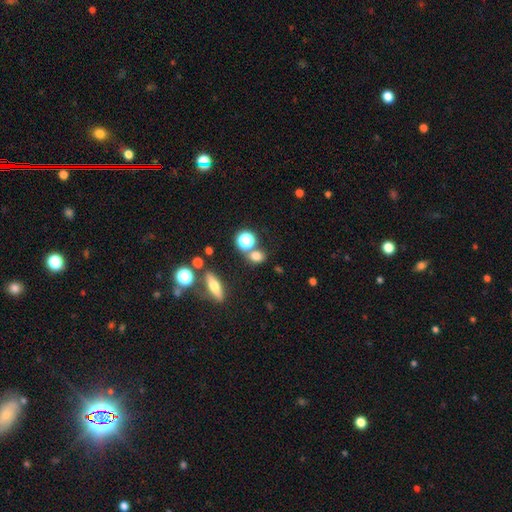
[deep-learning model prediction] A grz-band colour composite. It shows a smooth galaxy with no disk features (73%) that is round (63%). Merging: none (68%).